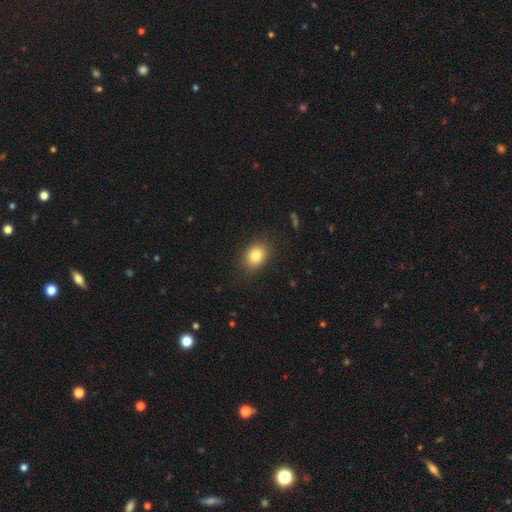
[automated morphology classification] The model was most divided on "how rounded": in between: 56%, round: 44%, cigar-shaped: 1%. More confident: merging — none (87%); smooth or featured — smooth (83%).